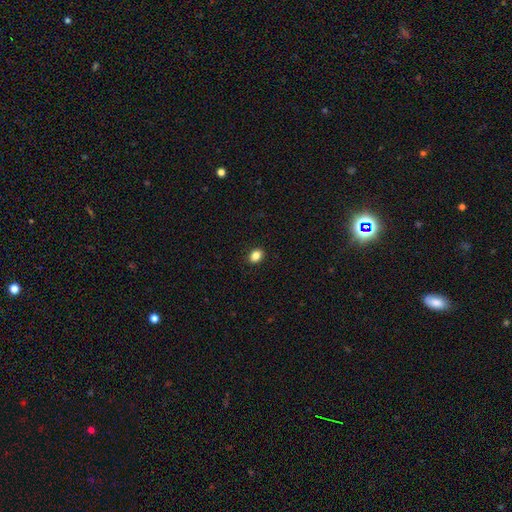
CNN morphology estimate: smooth-or-featured: smooth: 86% | star or artifact: 10% | featured or disk: 4%
  how-rounded: in between: 60% | round: 39% | cigar-shaped: 1%
  merging: none: 91% | minor disturbance: 7% | major disturbance: 2% | merger: 1%